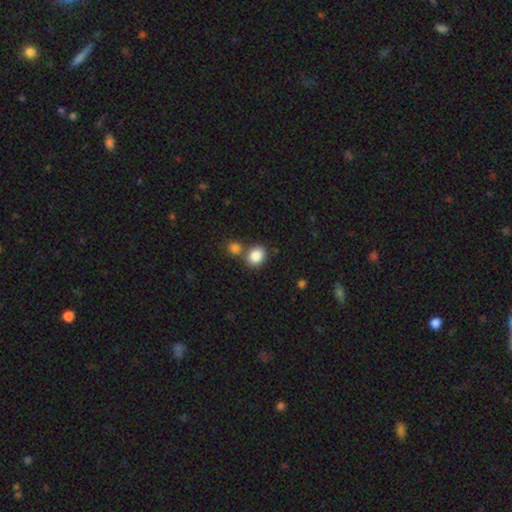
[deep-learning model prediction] Q: Smooth or featured?
A: smooth (86%); runner-up: star or artifact (8%)
Q: How rounded?
A: round (51%); runner-up: in between (48%)
Q: Merging?
A: none (58%); runner-up: merger (29%)